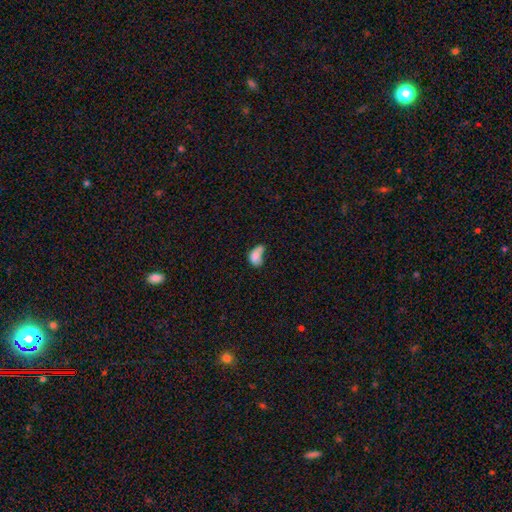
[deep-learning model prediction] A smooth galaxy with no disk features (74%) that is in between round and cigar-shaped (87%).

Vote fractions:
- Smooth or featured? smooth: 74% / featured or disk: 15% / star or artifact: 11%
- How rounded? in between: 87% / round: 10% / cigar-shaped: 3%
- Merging? major disturbance: 30% / minor disturbance: 26% / none: 23% / merger: 21%